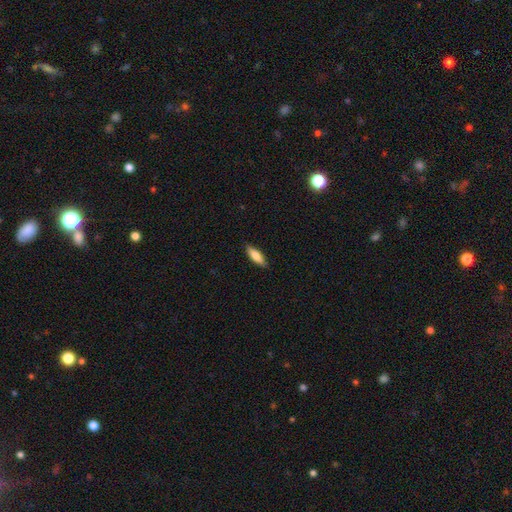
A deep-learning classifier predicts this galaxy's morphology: Overall: smooth (79%). How rounded: cigar-shaped (50%; in between 48%). Merging: none (87%).